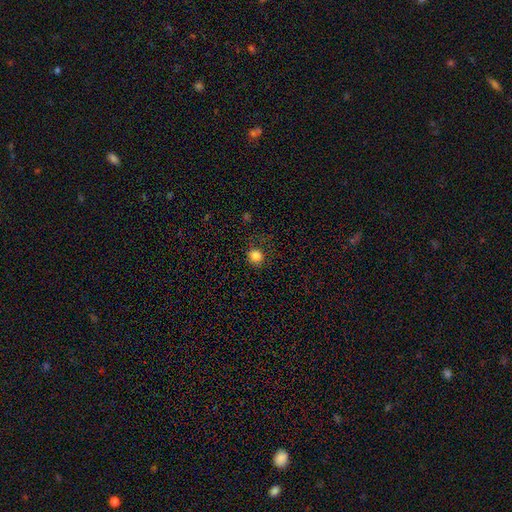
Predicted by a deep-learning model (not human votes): Overall: smooth (83%). How rounded: round (88%). Merging: none (84%).